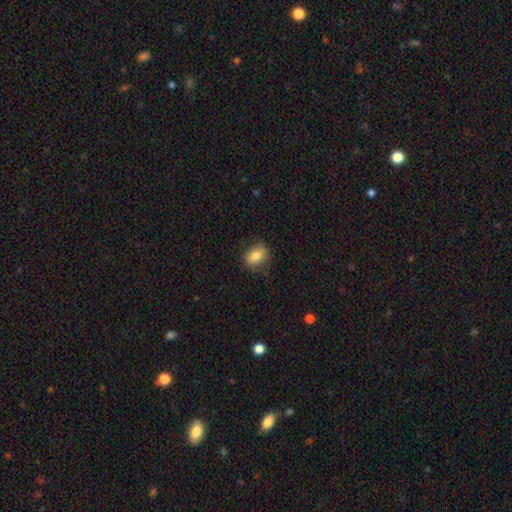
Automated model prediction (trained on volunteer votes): smooth-or-featured: smooth: 80% | featured or disk: 11% | star or artifact: 9%
  how-rounded: in between: 68% | round: 30% | cigar-shaped: 2%
  merging: none: 82% | minor disturbance: 14% | major disturbance: 3% | merger: 1%